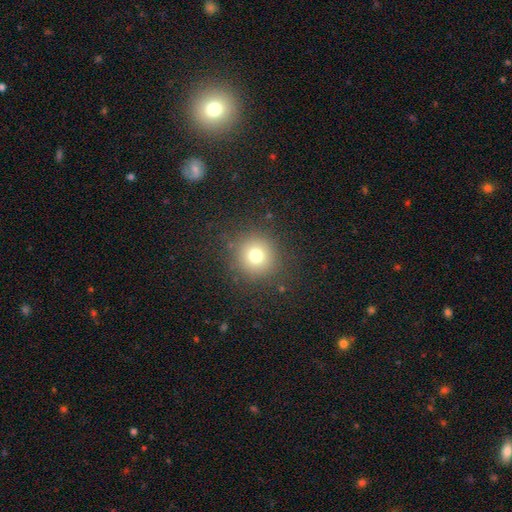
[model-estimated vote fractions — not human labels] Overall: smooth (73%). How rounded: round (93%). Merging: none (87%).